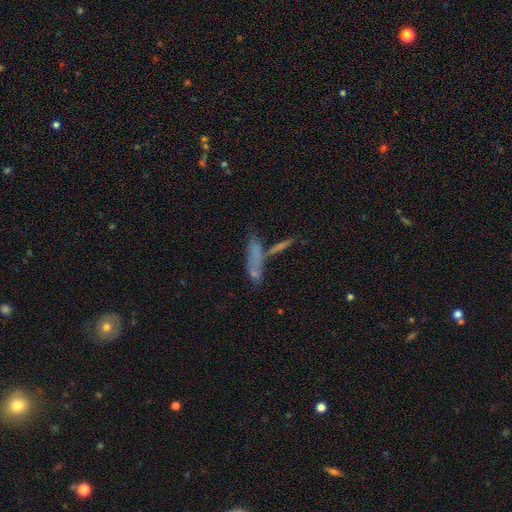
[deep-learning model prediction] The model was most divided on "merging": none: 42%, merger: 34%, minor disturbance: 14%, major disturbance: 10%. More confident: how rounded — cigar-shaped (69%); smooth or featured — smooth (61%).